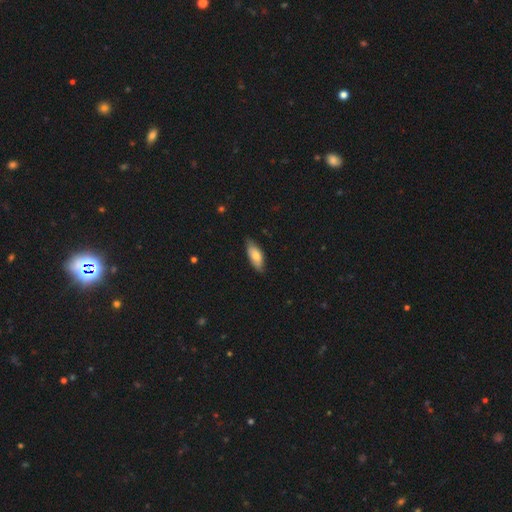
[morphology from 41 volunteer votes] Smooth or featured?
  - smooth: 71% *
  - featured or disk: 17%
  - star or artifact: 12%
How rounded?
  - in between: 66% *
  - cigar-shaped: 31%
  - round: 3%
Merging?
  - none: 78% *
  - minor disturbance: 19%
  - major disturbance: 3%
  - merger: 0%